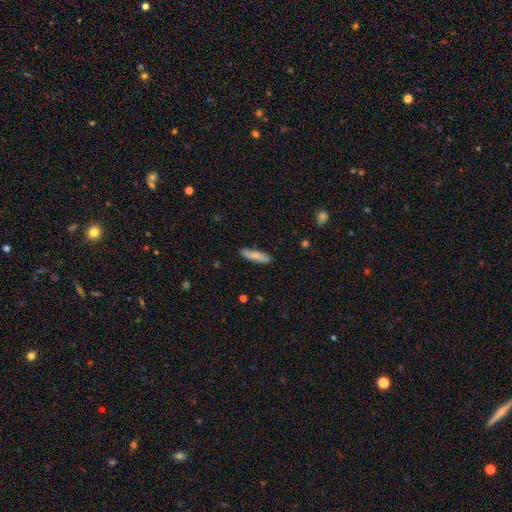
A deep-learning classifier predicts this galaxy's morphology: This is likely a smooth galaxy (79%). How rounded: likely cigar-shaped (72%). Merging: clearly none (87%).